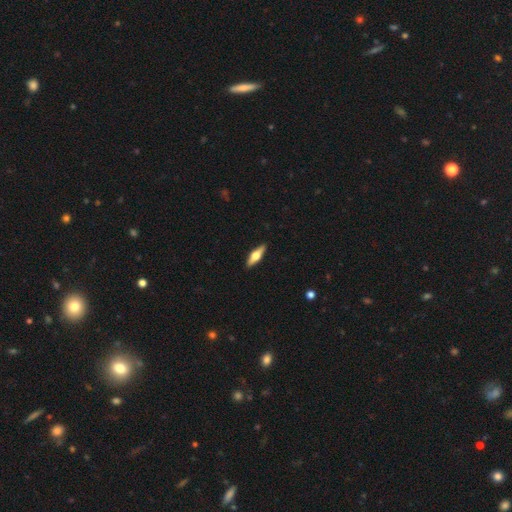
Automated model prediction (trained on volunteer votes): smooth-or-featured: featured or disk: 56% | smooth: 38% | star or artifact: 6%
  disk-edge-on: yes: 95% | no: 5%
    edge-on-bulge: rounded: 94% | boxy: 5% | none: 2%
  merging: none: 90% | minor disturbance: 7% | major disturbance: 2% | merger: 1%